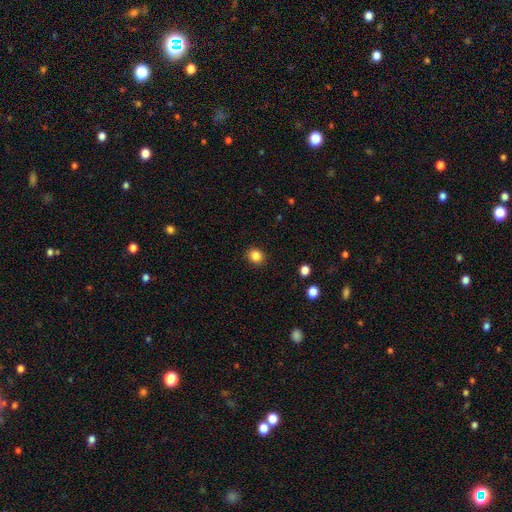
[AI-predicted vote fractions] Smooth or featured?
  - smooth: 85% *
  - star or artifact: 11%
  - featured or disk: 4%
How rounded?
  - round: 77% *
  - in between: 22%
  - cigar-shaped: 1%
Merging?
  - none: 90% *
  - minor disturbance: 6%
  - major disturbance: 2%
  - merger: 1%